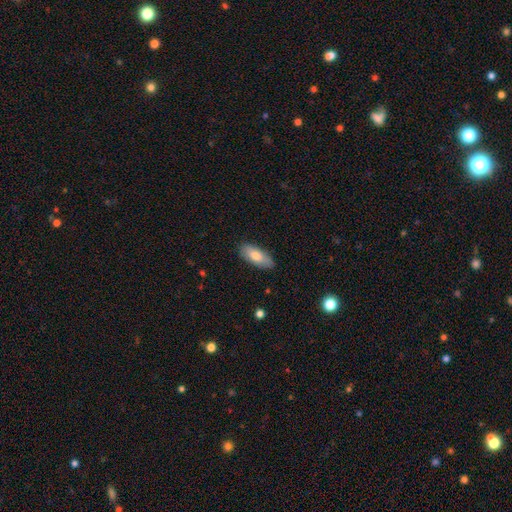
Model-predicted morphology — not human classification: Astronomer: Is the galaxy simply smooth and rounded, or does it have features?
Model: smooth — 77%.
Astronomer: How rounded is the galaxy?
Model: in between — 83%.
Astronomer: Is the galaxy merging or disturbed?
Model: none — 86%.